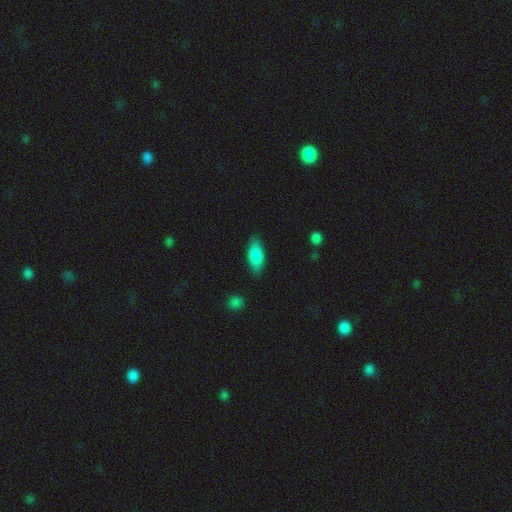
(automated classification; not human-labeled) This appears to be a smooth galaxy with no disk features (85%) that is in between round and cigar-shaped (81%). Merging: none (84%).